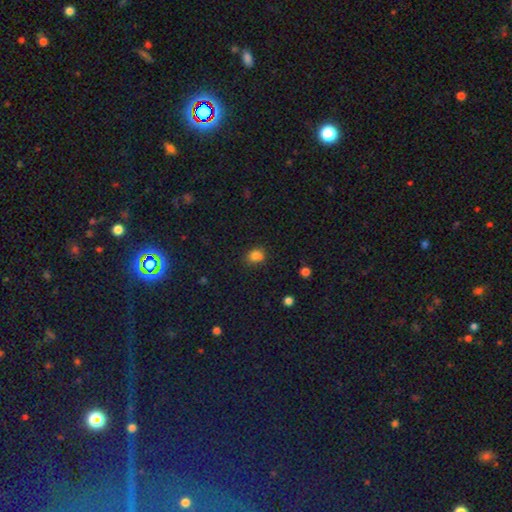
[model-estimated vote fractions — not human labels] smooth_or_featured: smooth (p=0.81) [alt: star or artifact p=0.14]
how_rounded: round (p=0.59) [alt: in between p=0.40]
merging: none (p=0.72) [alt: minor disturbance p=0.19]